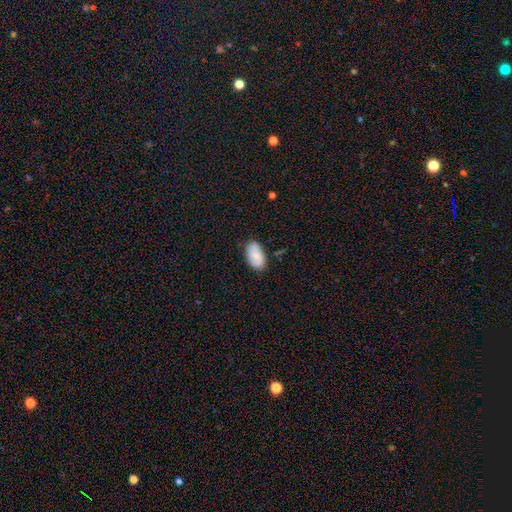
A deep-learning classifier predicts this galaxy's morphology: Smooth or featured? Predicted: smooth (p=0.79). How rounded? Predicted: in between (p=0.94). Merging? Predicted: none (p=0.79).